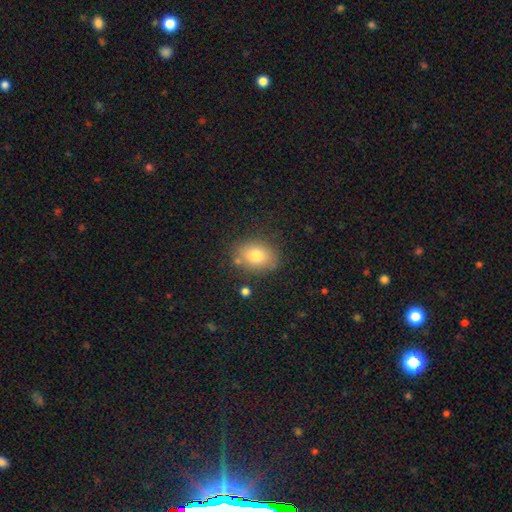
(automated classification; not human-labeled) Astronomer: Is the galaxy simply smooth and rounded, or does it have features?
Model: smooth — 78%.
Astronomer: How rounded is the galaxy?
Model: in between — 67%.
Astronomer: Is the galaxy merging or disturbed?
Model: none — 79%.